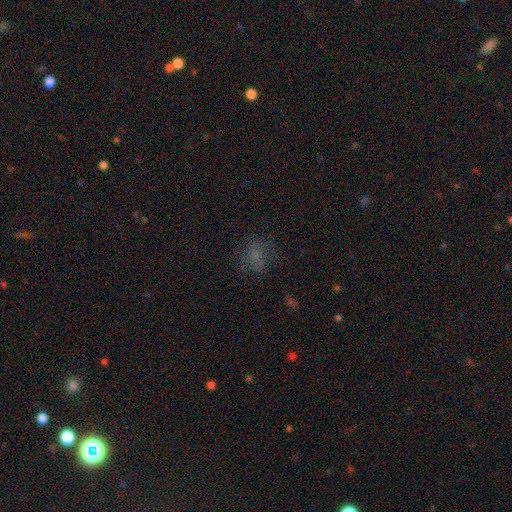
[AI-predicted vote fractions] Smooth or featured? Predicted: smooth (p=0.57). How rounded? Predicted: round (p=0.58). Merging? Predicted: none (p=0.59).